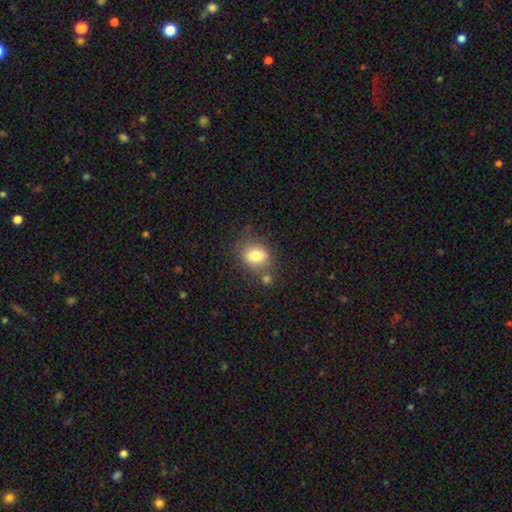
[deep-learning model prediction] This is likely a smooth galaxy (79%). How rounded: possibly round (51%). Merging: likely none (64%).